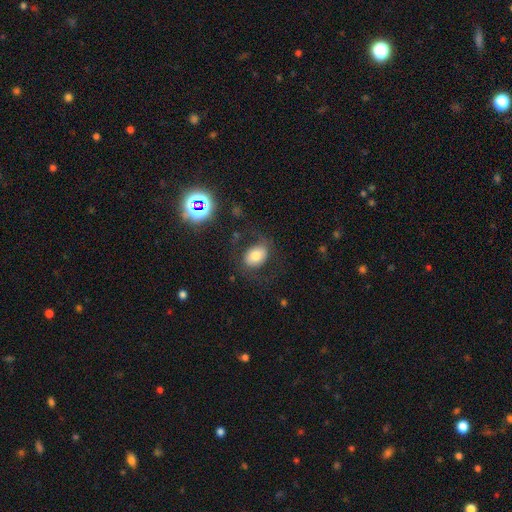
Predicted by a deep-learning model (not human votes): This is likely a smooth galaxy (65%). How rounded: likely in between (71%). Merging: likely none (68%).